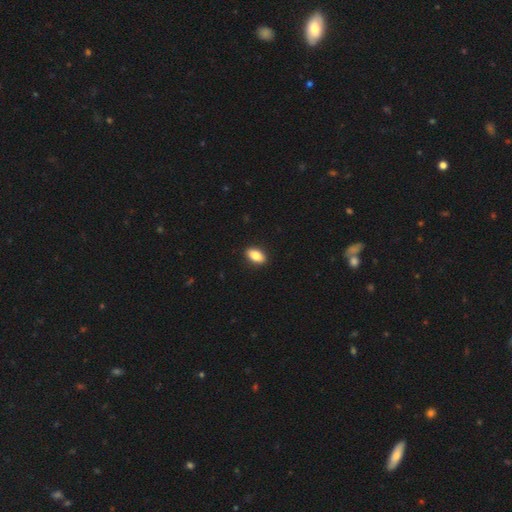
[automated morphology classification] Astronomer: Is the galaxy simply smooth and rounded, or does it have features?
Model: smooth — 85%.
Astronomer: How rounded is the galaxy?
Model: in between — 91%.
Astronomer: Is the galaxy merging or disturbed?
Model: none — 91%.